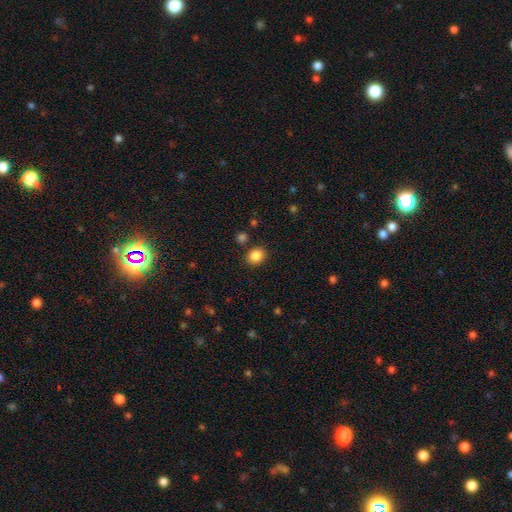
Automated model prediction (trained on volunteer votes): A smooth galaxy with no disk features (86%) that is round (70%). Merging: none (86%).